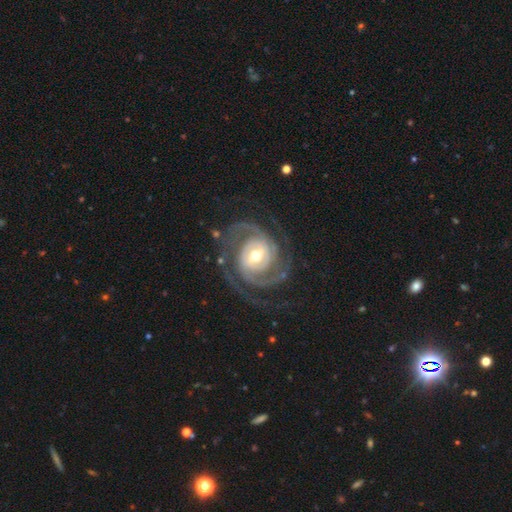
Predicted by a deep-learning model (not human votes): The model was most divided on "bar": weak: 40%, no: 38%, strong: 23%. More confident: spiral arms — yes (98%); edge-on disk — no (98%); smooth or featured — featured or disk (93%); merging — none (74%); bulge size — moderate (61%); spiral winding — tight (58%); spiral arm count — 2 (54%).